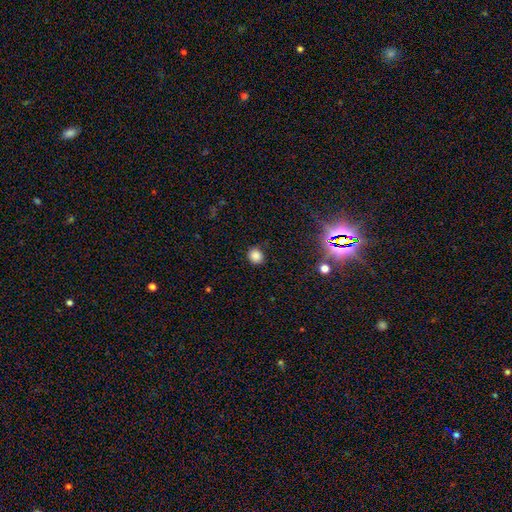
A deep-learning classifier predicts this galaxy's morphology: The model was most divided on "how rounded": round: 85%, in between: 14%, cigar-shaped: 1%. More confident: merging — none (86%); smooth or featured — smooth (83%).